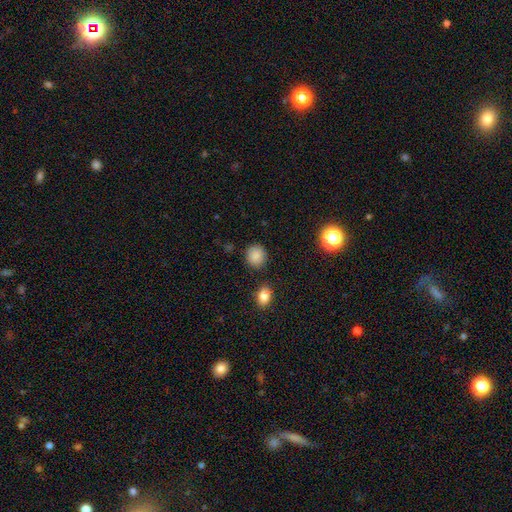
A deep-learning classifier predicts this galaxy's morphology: Smooth or featured? Predicted: smooth (p=0.86). How rounded? Predicted: round (p=0.82). Merging? Predicted: none (p=0.86).